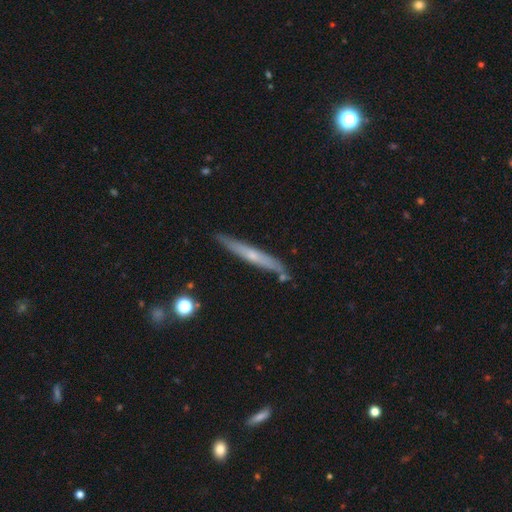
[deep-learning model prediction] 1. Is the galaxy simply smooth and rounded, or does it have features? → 62% featured or disk, 30% smooth, 8% star or artifact.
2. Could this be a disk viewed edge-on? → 92% yes, 8% no.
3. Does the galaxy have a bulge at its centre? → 56% rounded, 40% none, 4% boxy.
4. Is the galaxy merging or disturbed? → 84% none, 12% minor disturbance, 2% merger, 2% major disturbance.